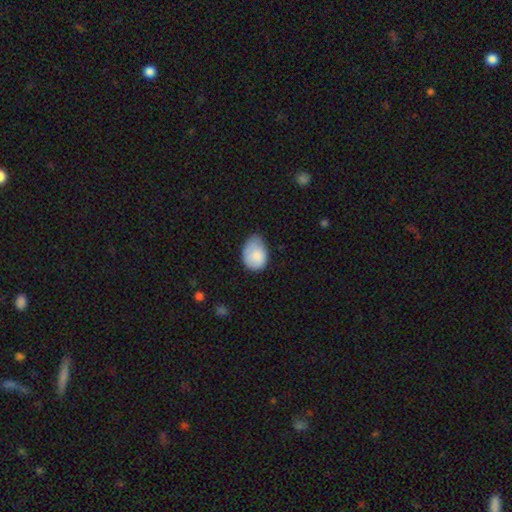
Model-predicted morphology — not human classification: Smooth or featured? Predicted: smooth (p=0.85). How rounded? Predicted: in between (p=0.75). Merging? Predicted: none (p=0.45).